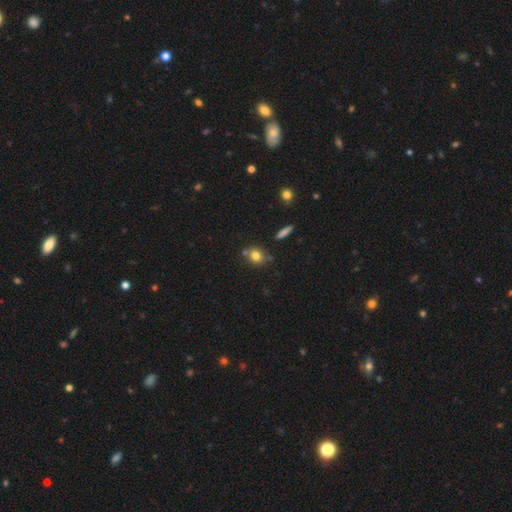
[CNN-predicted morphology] This is likely a smooth galaxy (78%). How rounded: likely round (72%). Merging: likely none (67%).